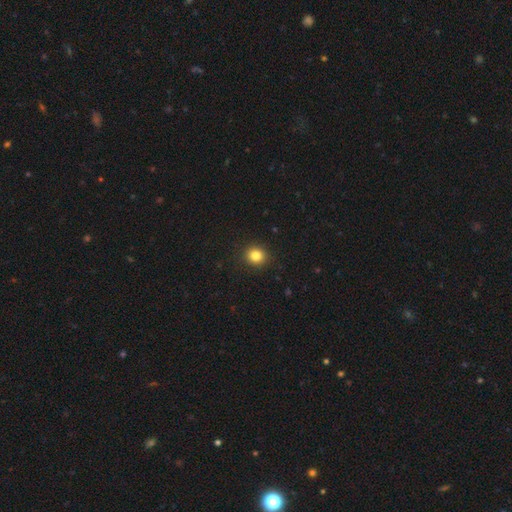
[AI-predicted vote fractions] Overall: smooth (83%). How rounded: round (86%). Merging: none (92%).